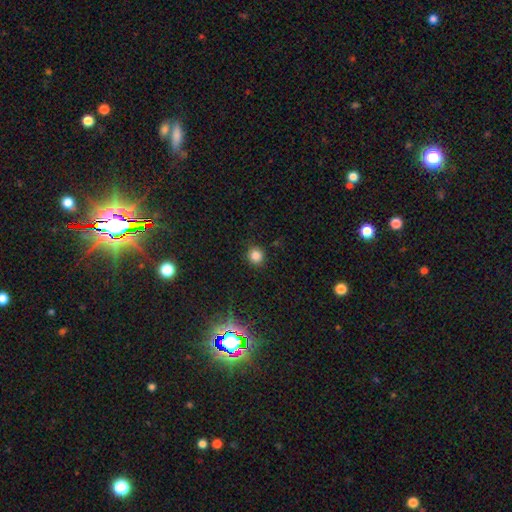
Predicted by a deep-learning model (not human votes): Q: Smooth or featured?
A: smooth (82%); runner-up: star or artifact (13%)
Q: How rounded?
A: round (90%); runner-up: in between (9%)
Q: Merging?
A: none (89%); runner-up: minor disturbance (7%)